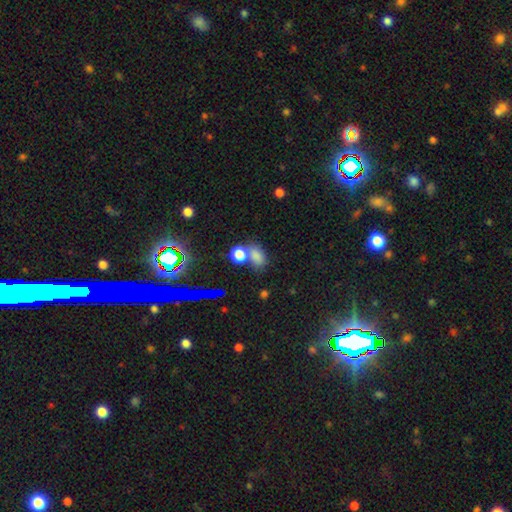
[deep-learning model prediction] The model was most divided on "merging": none: 46%, merger: 35%, minor disturbance: 12%, major disturbance: 6%. More confident: smooth or featured — smooth (73%); how rounded — in between (72%).